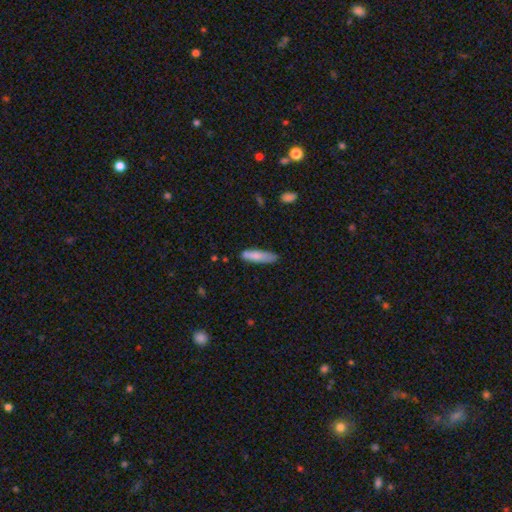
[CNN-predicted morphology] type=smooth (82%); roundness=cigar-shaped (70%); merging=none (75%).